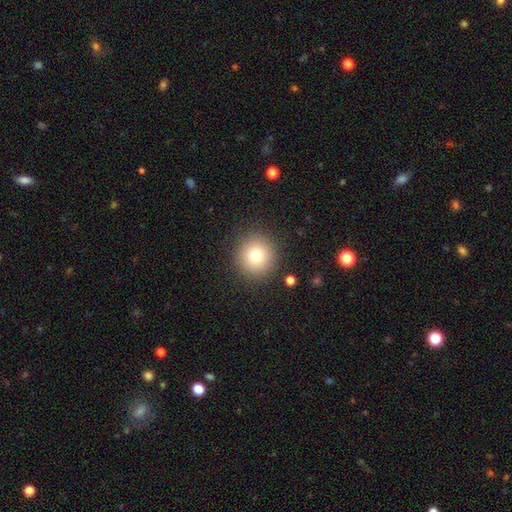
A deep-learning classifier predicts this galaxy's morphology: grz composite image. It shows a smooth galaxy with no disk features (79%) that is round (94%). Merging: none (89%).